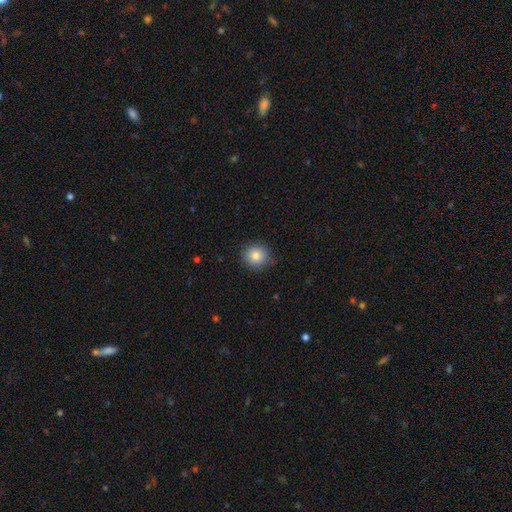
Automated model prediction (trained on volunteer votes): smooth_or_featured: smooth (p=0.82) [alt: star or artifact p=0.10]
how_rounded: round (p=0.90) [alt: in between p=0.09]
merging: none (p=0.87) [alt: minor disturbance p=0.10]